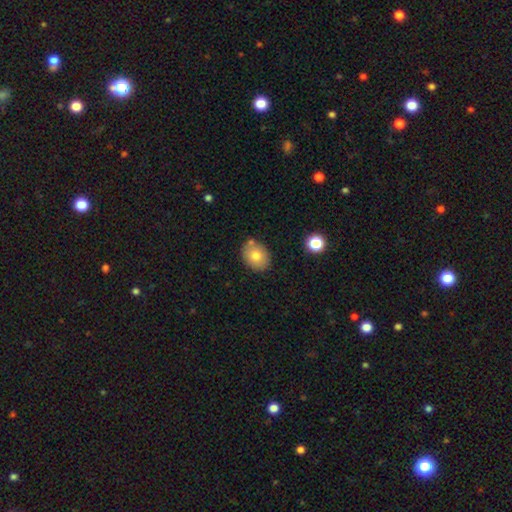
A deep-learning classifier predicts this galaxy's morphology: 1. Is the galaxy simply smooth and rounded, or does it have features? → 77% smooth, 15% featured or disk, 8% star or artifact.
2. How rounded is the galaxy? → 61% in between, 38% round, 1% cigar-shaped.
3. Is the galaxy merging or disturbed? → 79% none, 13% minor disturbance, 6% merger, 3% major disturbance.